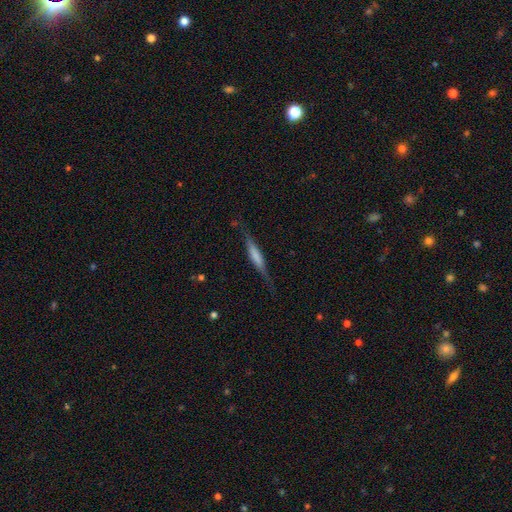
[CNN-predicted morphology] Smooth or featured: smooth — 48% (featured or disk — 46%)
Merging: none — 76% (minor disturbance — 17%)